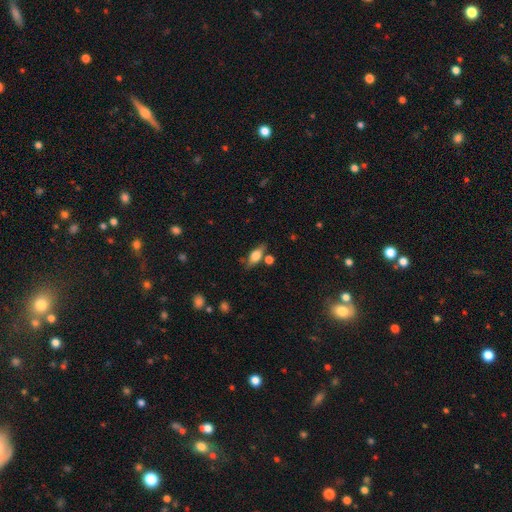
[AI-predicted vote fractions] The model was most divided on "smooth or featured": smooth: 61%, featured or disk: 31%, star or artifact: 8%. More confident: how rounded — in between (71%); merging — none (68%).